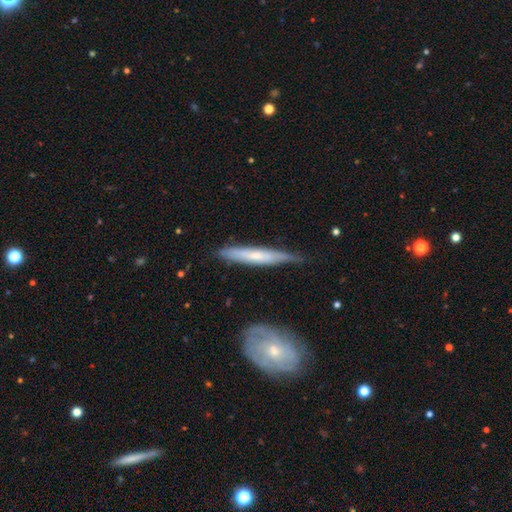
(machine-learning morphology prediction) This appears to be a smooth galaxy with no disk features (48%). Merging: none (70%).